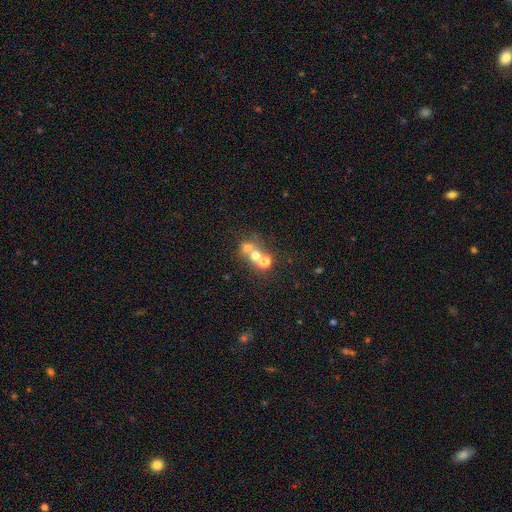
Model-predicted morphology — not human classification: This appears to be a smooth galaxy with no disk features (55%) that is round (80%). Merging: merger (54%).